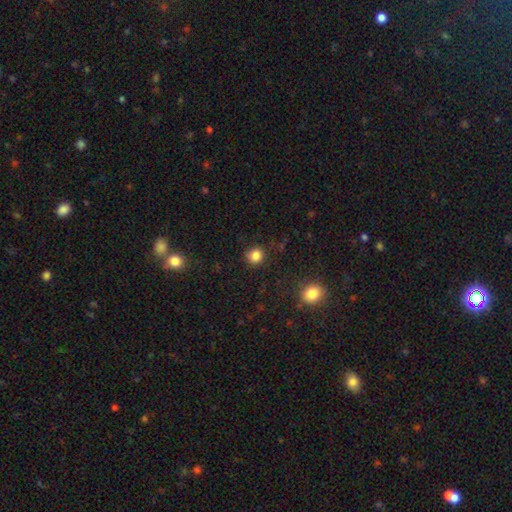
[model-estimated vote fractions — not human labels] This is clearly a smooth galaxy (84%). How rounded: clearly round (87%). Merging: clearly none (83%).